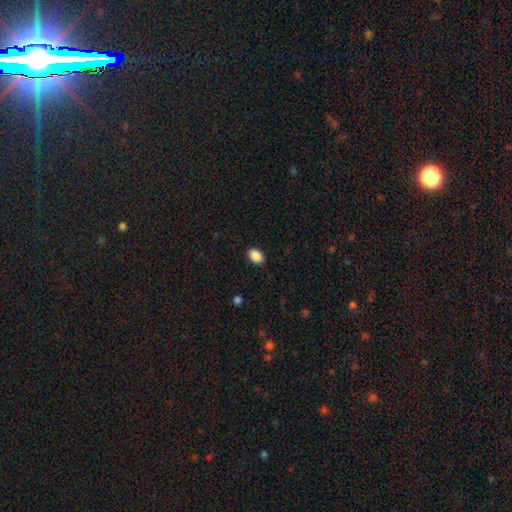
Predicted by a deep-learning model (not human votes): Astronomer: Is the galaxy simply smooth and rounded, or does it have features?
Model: smooth — 89%.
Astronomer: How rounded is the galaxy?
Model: in between — 85%.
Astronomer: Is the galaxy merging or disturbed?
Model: none — 89%.